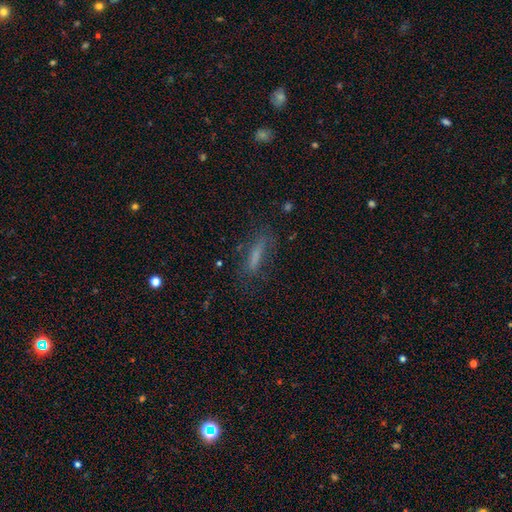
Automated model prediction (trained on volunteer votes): Smooth or featured? Predicted: smooth (p=0.59). How rounded? Predicted: cigar-shaped (p=0.76). Merging? Predicted: none (p=0.71).